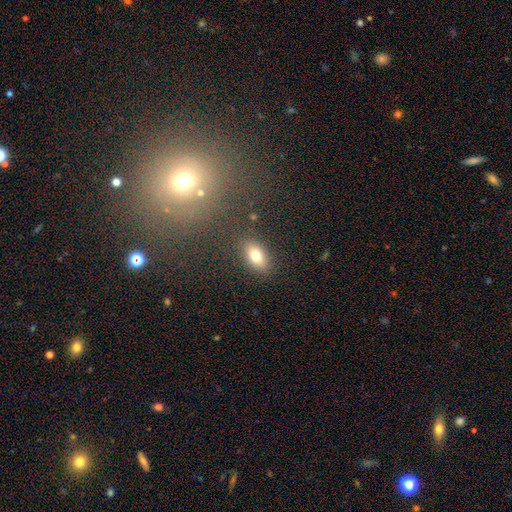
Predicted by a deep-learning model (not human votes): Smooth or featured? smooth (76%)
How rounded? in between (86%)
Merging? none (85%)